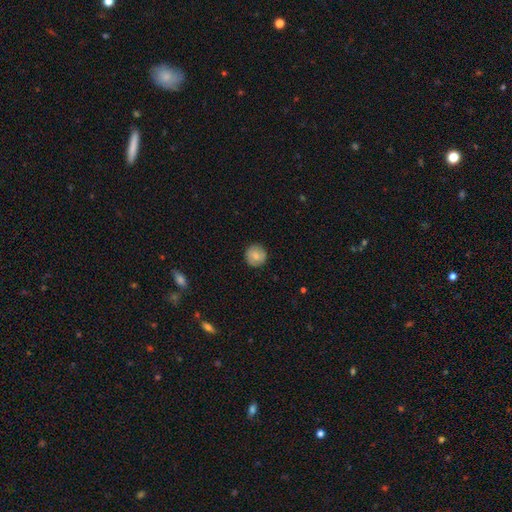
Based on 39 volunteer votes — Morphology: type=smooth (74%); roundness=round (90%); merging=none (87%).